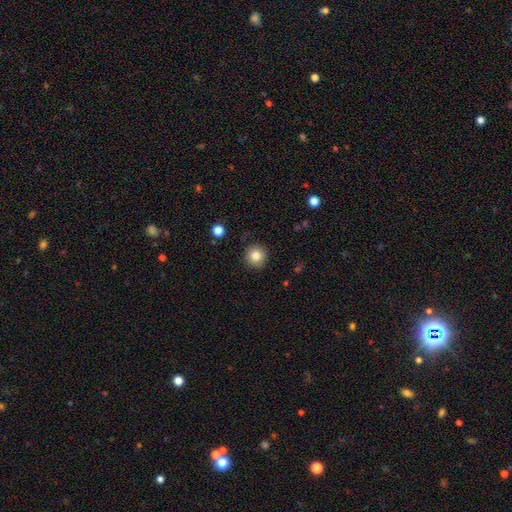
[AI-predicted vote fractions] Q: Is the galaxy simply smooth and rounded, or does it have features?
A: smooth — 83%.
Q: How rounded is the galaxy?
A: round — 94%.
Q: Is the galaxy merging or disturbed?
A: none — 89%.